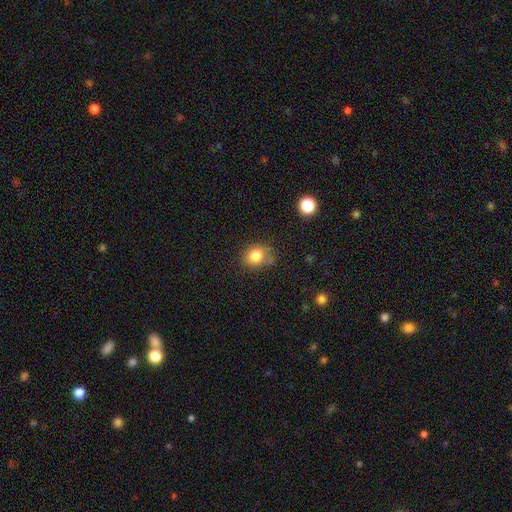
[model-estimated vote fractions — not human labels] A smooth galaxy with no disk features (82%) that is round (69%). Merging: none (70%).